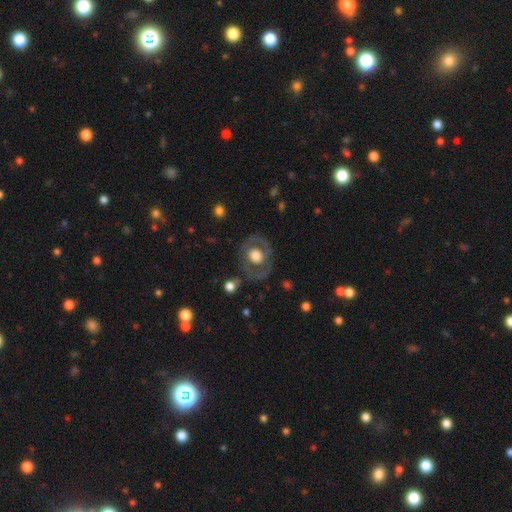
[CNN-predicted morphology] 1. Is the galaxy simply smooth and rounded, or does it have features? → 52% featured or disk, 42% smooth, 7% star or artifact.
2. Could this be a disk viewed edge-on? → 94% no, 6% yes.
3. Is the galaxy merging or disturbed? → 74% none, 15% minor disturbance, 9% major disturbance, 2% merger.